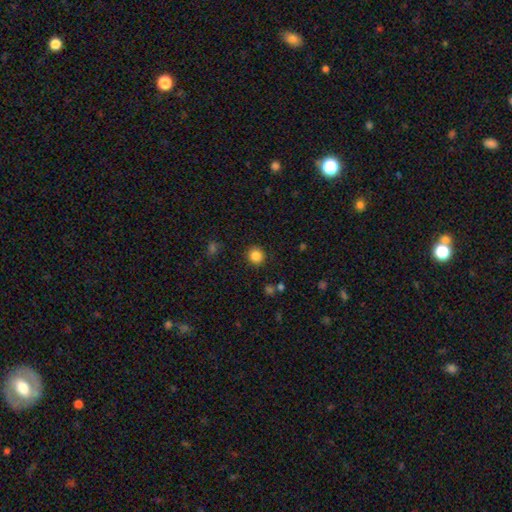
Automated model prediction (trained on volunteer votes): Morphology: type=smooth (85%); roundness=round (92%); merging=none (90%).